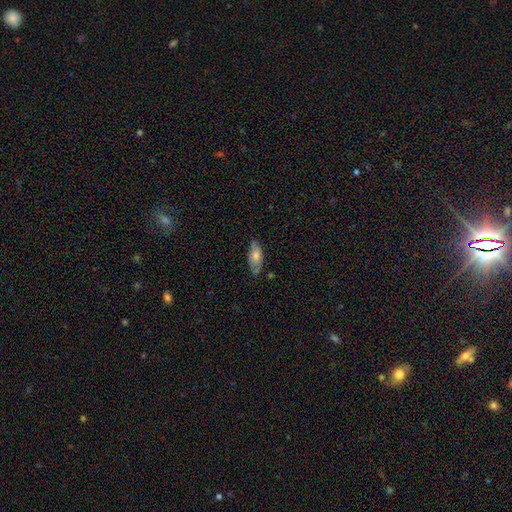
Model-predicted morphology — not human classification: A smooth galaxy with no disk features (59%) that is in between round and cigar-shaped (78%). Merging: none (73%).